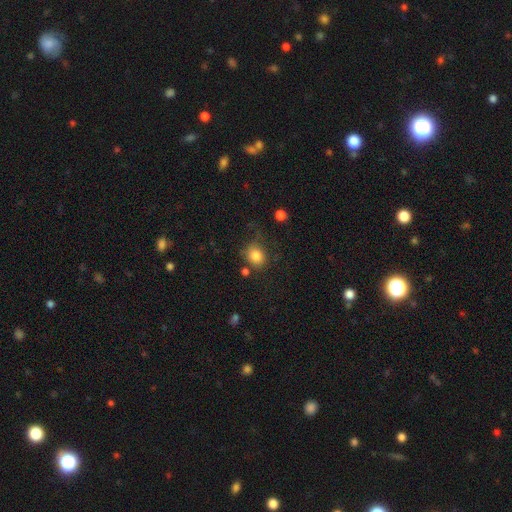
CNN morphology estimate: The model was most divided on "how rounded": round: 69%, in between: 30%, cigar-shaped: 1%. More confident: smooth or featured — smooth (83%); merging — none (65%).